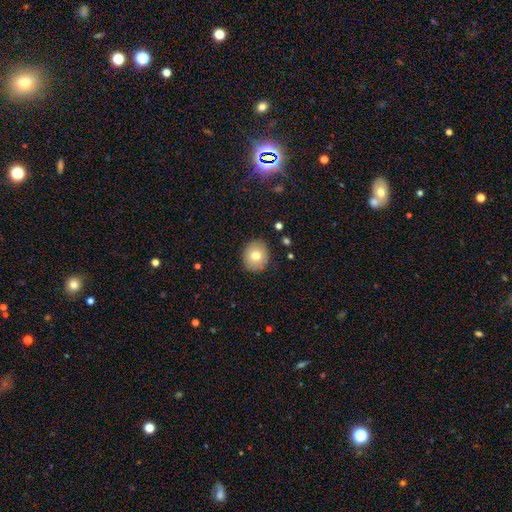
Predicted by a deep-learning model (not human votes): The model was most divided on "how rounded": round: 76%, in between: 23%, cigar-shaped: 1%. More confident: merging — none (88%); smooth or featured — smooth (75%).